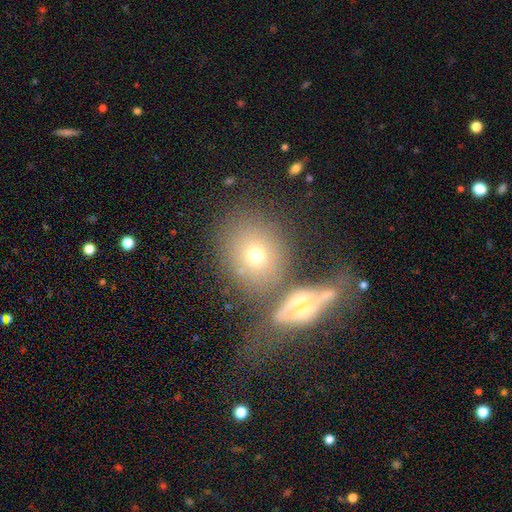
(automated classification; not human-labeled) This appears to be a smooth galaxy with no disk features (64%) that is round (61%). Merging: none (55%).